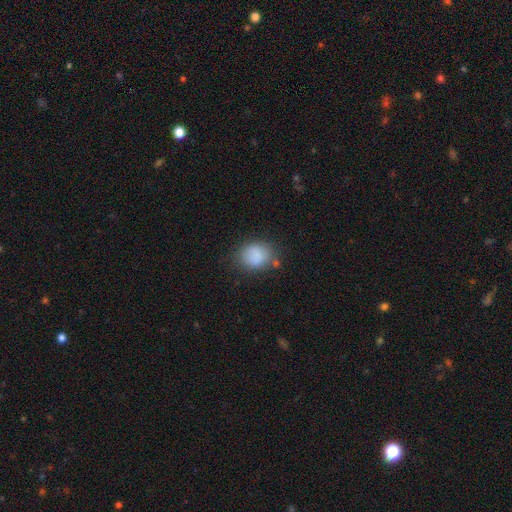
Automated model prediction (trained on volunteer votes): Smooth or featured? Predicted: smooth (p=0.83). How rounded? Predicted: round (p=0.57). Merging? Predicted: none (p=0.67).